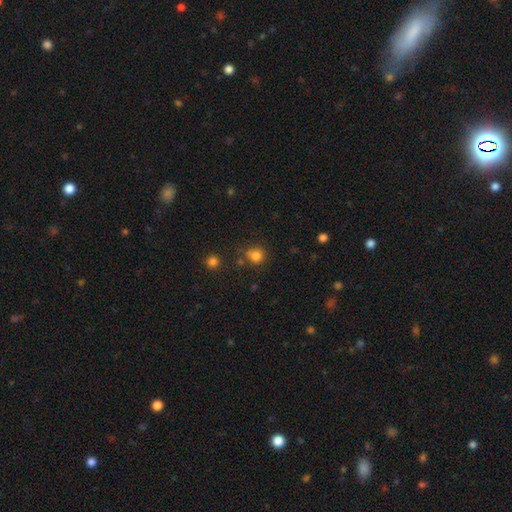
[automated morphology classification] This appears to be a smooth galaxy with no disk features (81%) that is round (84%). Merging: none (70%).